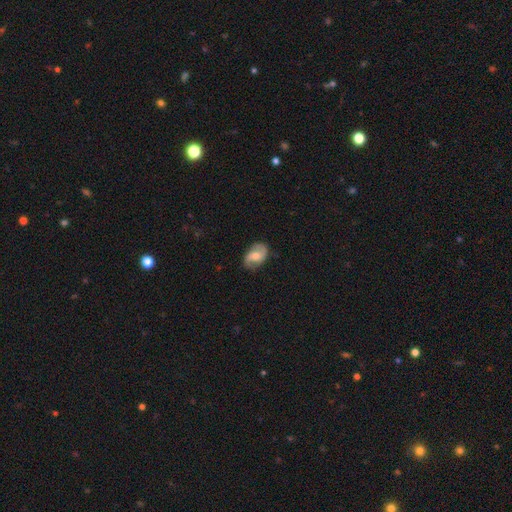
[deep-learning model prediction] The model was most divided on "spiral winding": medium: 43%, loose: 38%, tight: 19%. More confident: edge-on disk — no (97%); spiral arms — yes (92%); spiral arm count — 2 (88%); merging — none (76%); smooth or featured — featured or disk (69%); bulge size — moderate (56%); bar — no (51%).